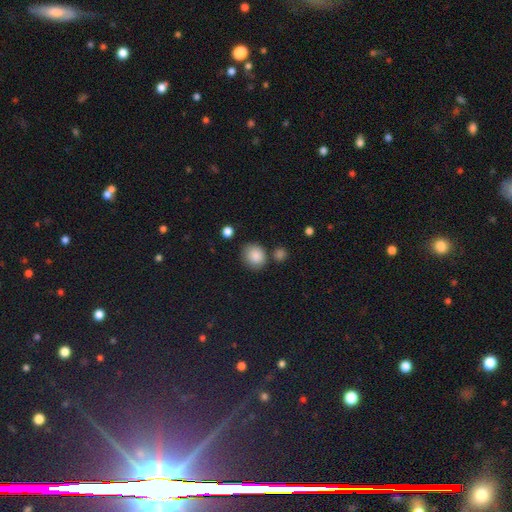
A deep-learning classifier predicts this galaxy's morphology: Smooth or featured?
  - smooth: 87% *
  - star or artifact: 9%
  - featured or disk: 5%
How rounded?
  - round: 75% *
  - in between: 24%
  - cigar-shaped: 1%
Merging?
  - none: 74% *
  - minor disturbance: 14%
  - merger: 8%
  - major disturbance: 4%